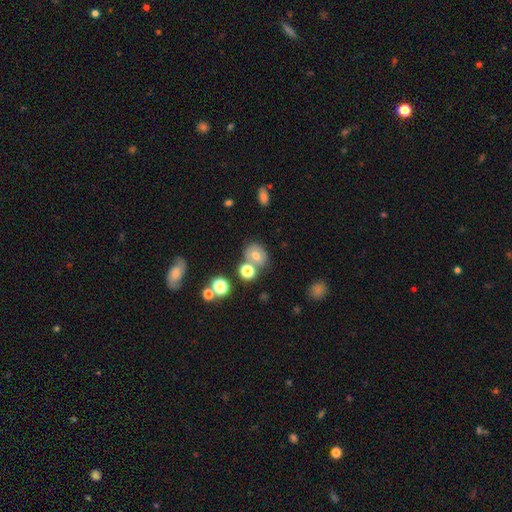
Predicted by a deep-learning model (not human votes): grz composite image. It shows a smooth galaxy with no disk features (60%) that is round (61%). Merging: none (54%).